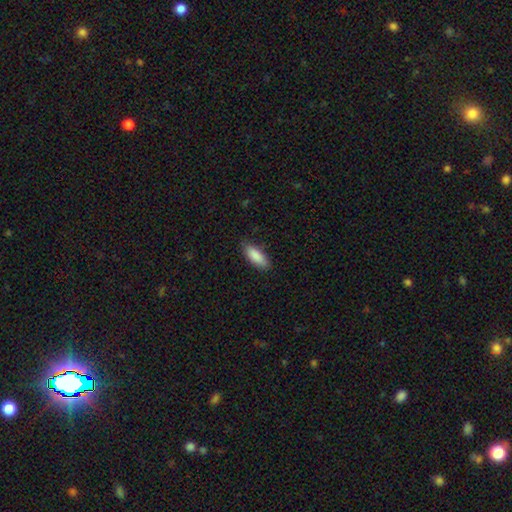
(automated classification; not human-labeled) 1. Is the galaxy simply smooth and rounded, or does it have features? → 89% smooth, 6% star or artifact, 5% featured or disk.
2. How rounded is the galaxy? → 73% in between, 25% cigar-shaped, 2% round.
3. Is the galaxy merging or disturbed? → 84% none, 13% minor disturbance, 2% major disturbance, 1% merger.